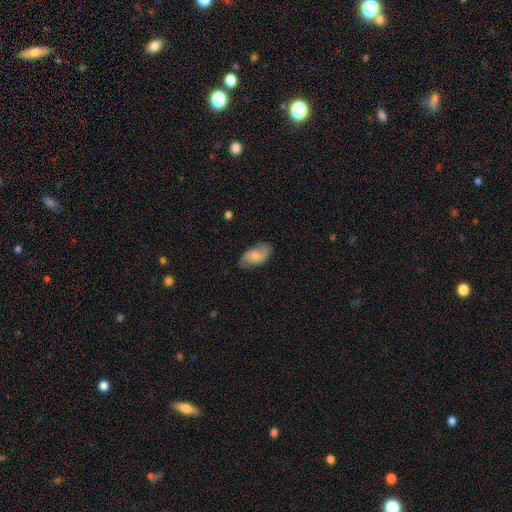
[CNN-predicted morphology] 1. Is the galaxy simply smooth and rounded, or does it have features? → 53% smooth, 39% featured or disk, 7% star or artifact.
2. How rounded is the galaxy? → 93% in between, 5% round, 2% cigar-shaped.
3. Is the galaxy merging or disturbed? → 67% none, 24% minor disturbance, 7% major disturbance, 1% merger.